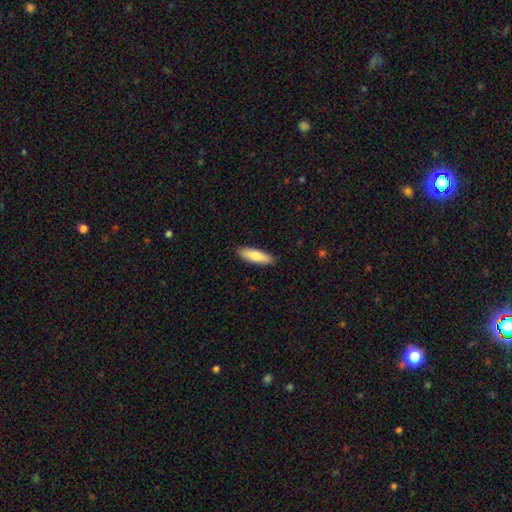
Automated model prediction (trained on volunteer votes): A smooth galaxy with no disk features (83%) that is in between round and cigar-shaped (50%).

Vote fractions:
- Smooth or featured? smooth: 83% / featured or disk: 12% / star or artifact: 5%
- How rounded? in between: 50% / cigar-shaped: 48% / round: 2%
- Merging? none: 89% / minor disturbance: 8% / major disturbance: 2% / merger: 1%